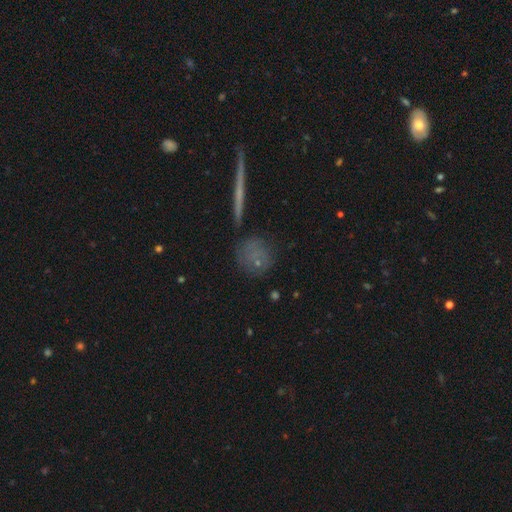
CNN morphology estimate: Smooth or featured? Predicted: smooth (p=0.57). How rounded? Predicted: round (p=0.85). Merging? Predicted: none (p=0.78).